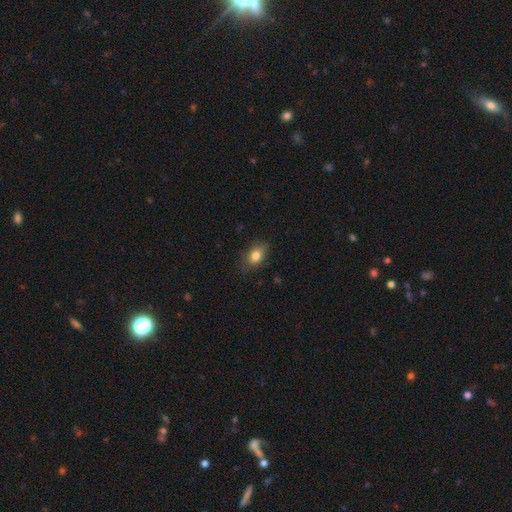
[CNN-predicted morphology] A smooth galaxy with no disk features (80%) that is in between round and cigar-shaped (79%). Merging: none (76%).